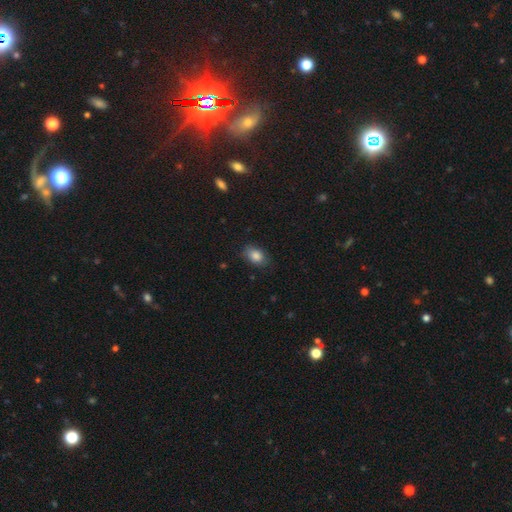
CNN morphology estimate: smooth_or_featured: smooth (p=0.85) [alt: star or artifact p=0.08]
how_rounded: in between (p=0.83) [alt: round p=0.16]
merging: none (p=0.79) [alt: minor disturbance p=0.16]